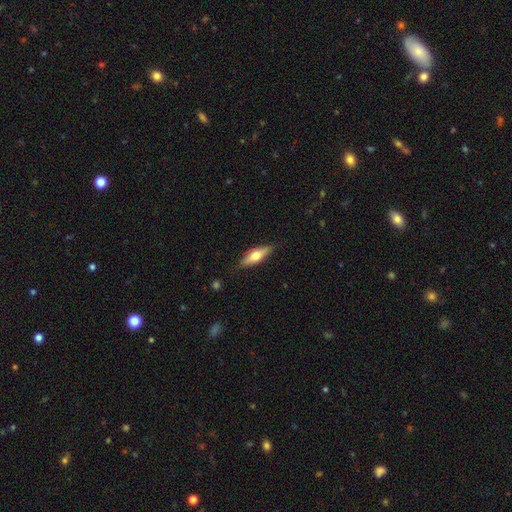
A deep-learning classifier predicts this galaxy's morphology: Overall: smooth (49%; featured or disk 46%). Merging: none (84%).